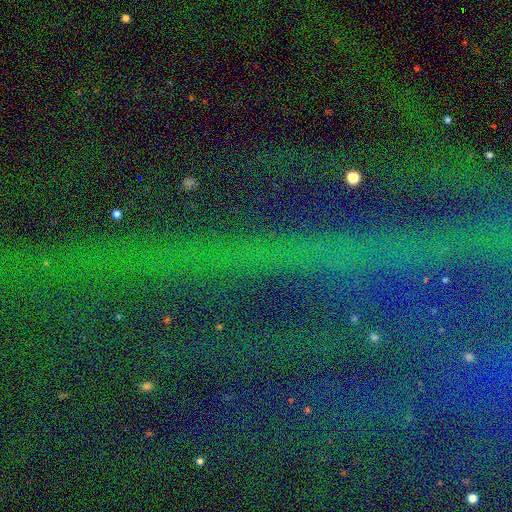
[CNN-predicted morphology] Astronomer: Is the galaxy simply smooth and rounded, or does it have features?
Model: star or artifact — 84%.